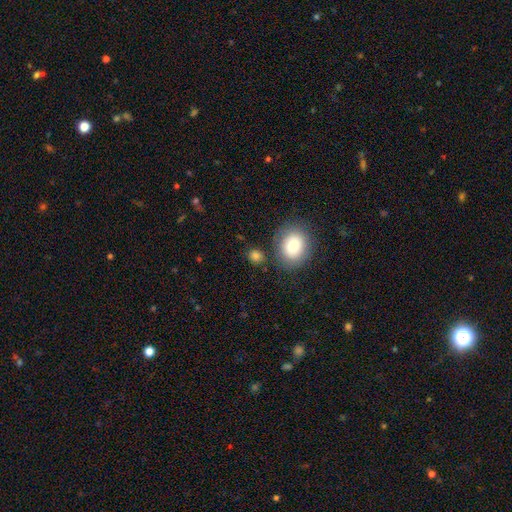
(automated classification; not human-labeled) Morphology: type=smooth (83%); roundness=round (65%); merging=none (75%).